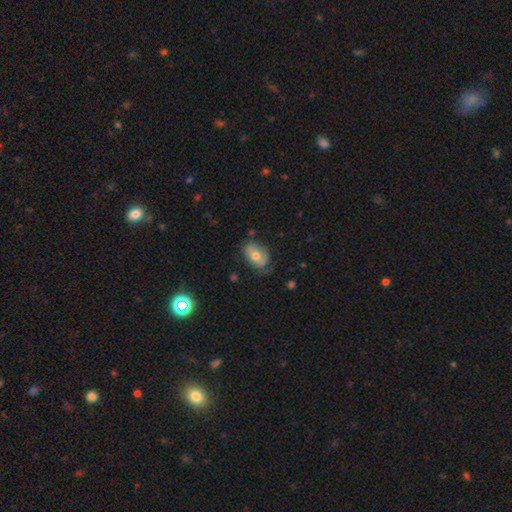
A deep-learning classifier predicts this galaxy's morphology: This is possibly a smooth galaxy (56%). How rounded: likely in between (78%). Merging: possibly none (57%).